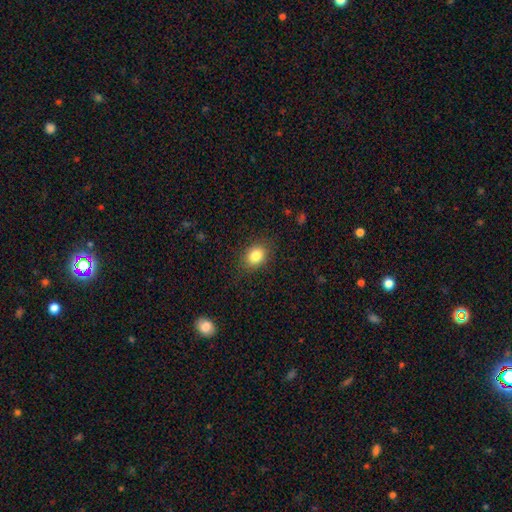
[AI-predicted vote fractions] This appears to be a smooth galaxy with no disk features (84%) that is in between round and cigar-shaped (55%). Merging: none (85%).